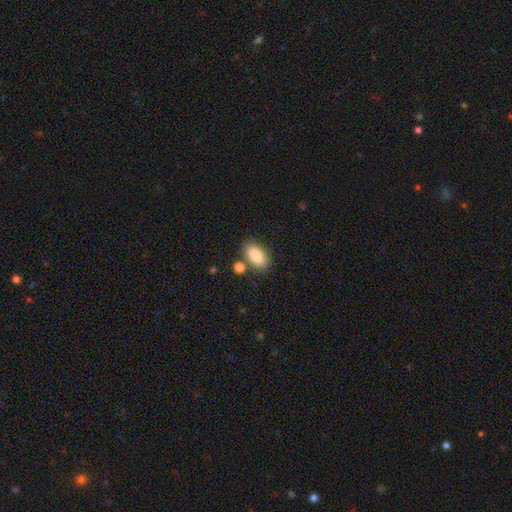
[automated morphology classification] Smooth or featured: smooth — 86% (star or artifact — 7%)
How rounded: in between — 91% (cigar-shaped — 5%)
Merging: none — 75% (minor disturbance — 12%)